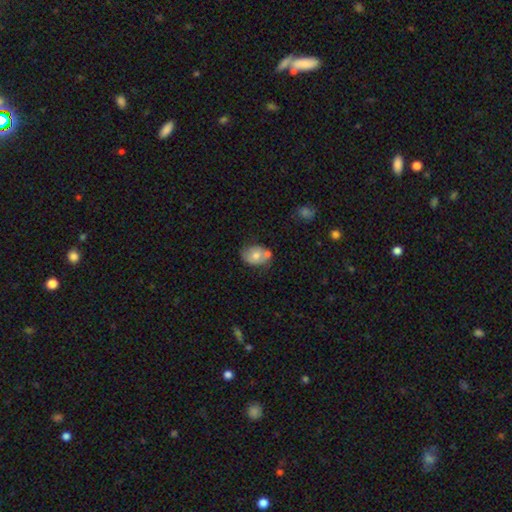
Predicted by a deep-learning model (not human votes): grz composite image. It shows a smooth galaxy with no disk features (66%) that is in between round and cigar-shaped (70%). Merging: none (49%).